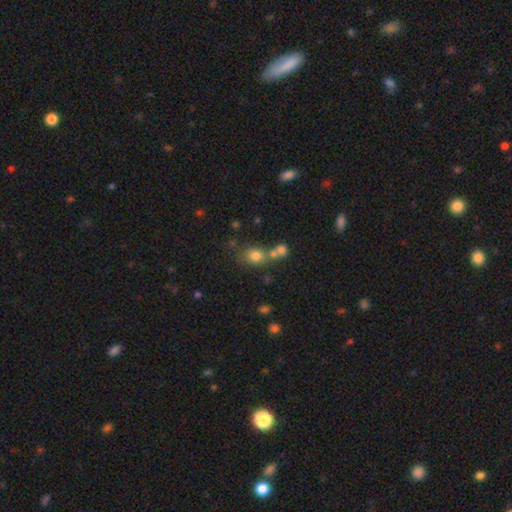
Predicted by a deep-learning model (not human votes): A smooth galaxy with no disk features (76%) that is round (63%).

Vote fractions:
- Smooth or featured? smooth: 76% / star or artifact: 14% / featured or disk: 10%
- How rounded? round: 63% / in between: 36% / cigar-shaped: 1%
- Merging? none: 54% / merger: 30% / minor disturbance: 11% / major disturbance: 5%